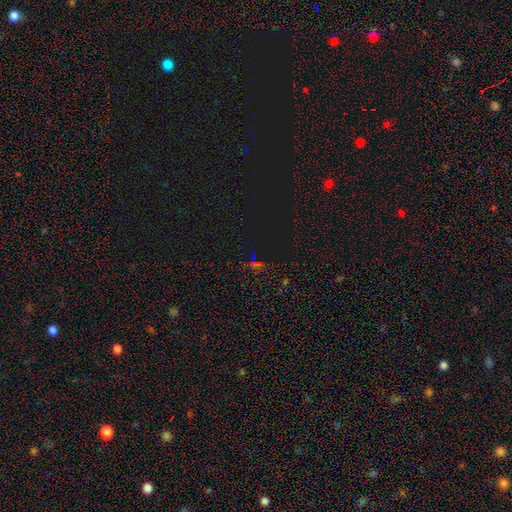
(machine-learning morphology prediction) Smooth or featured? star or artifact (68%)